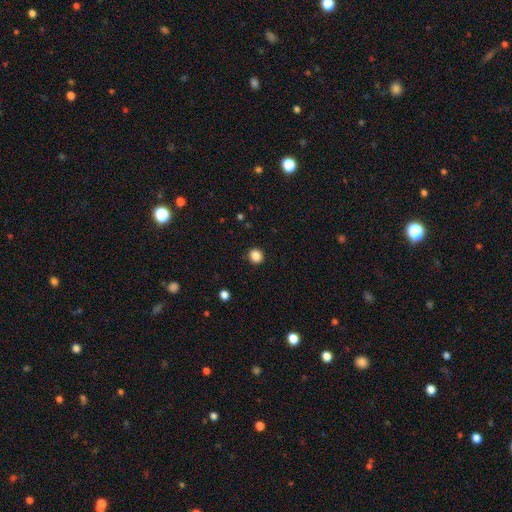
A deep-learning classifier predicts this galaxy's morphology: type=smooth (87%); roundness=round (87%); merging=none (91%).